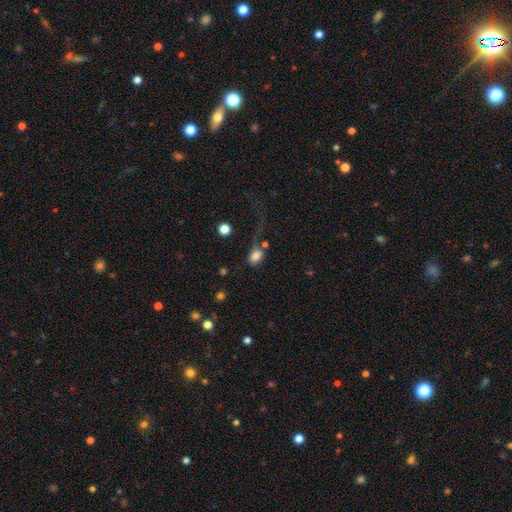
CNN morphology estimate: smooth_or_featured: smooth (p=0.79) [alt: featured or disk p=0.11]
how_rounded: in between (p=0.66) [alt: round p=0.32]
merging: none (p=0.34) [alt: major disturbance p=0.31]